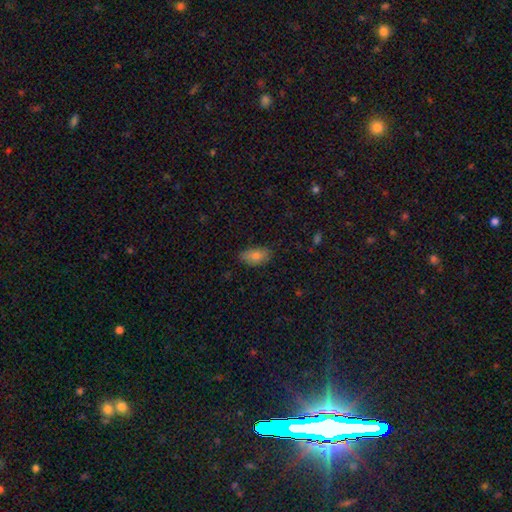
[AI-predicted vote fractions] Smooth or featured? smooth (80%)
How rounded? in between (92%)
Merging? none (80%)